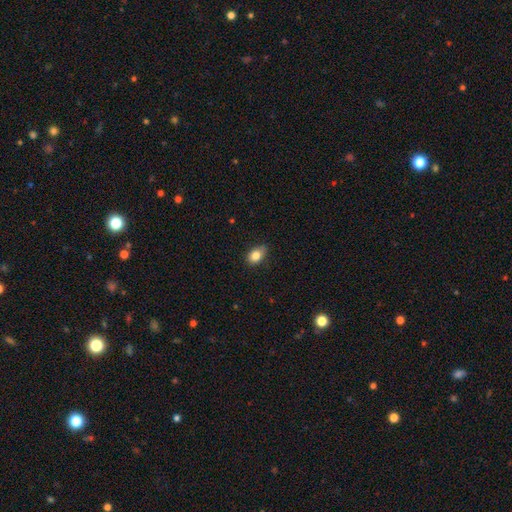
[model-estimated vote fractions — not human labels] Morphology: type=smooth (83%); roundness=in between (78%); merging=none (70%).